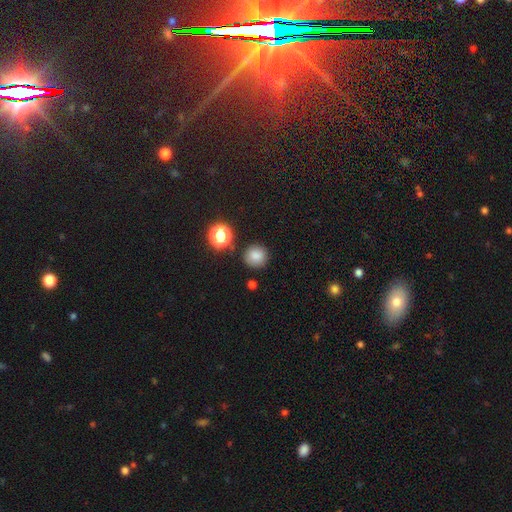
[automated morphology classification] Q: Smooth or featured?
A: smooth (82%); runner-up: star or artifact (13%)
Q: How rounded?
A: round (93%); runner-up: in between (7%)
Q: Merging?
A: none (85%); runner-up: minor disturbance (9%)